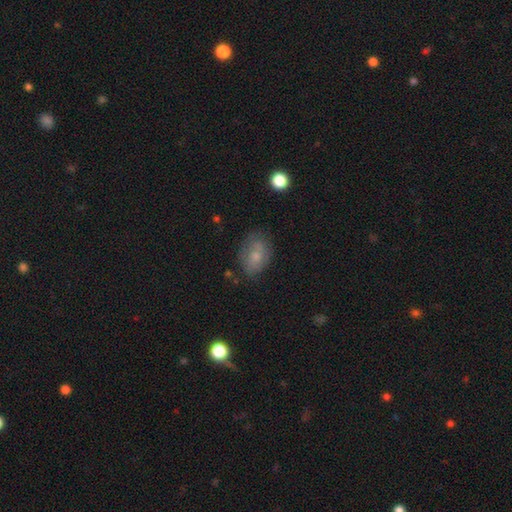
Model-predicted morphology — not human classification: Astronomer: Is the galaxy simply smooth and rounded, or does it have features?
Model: smooth — 66%.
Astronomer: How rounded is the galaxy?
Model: in between — 80%.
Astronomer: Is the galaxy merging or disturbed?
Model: none — 65%.